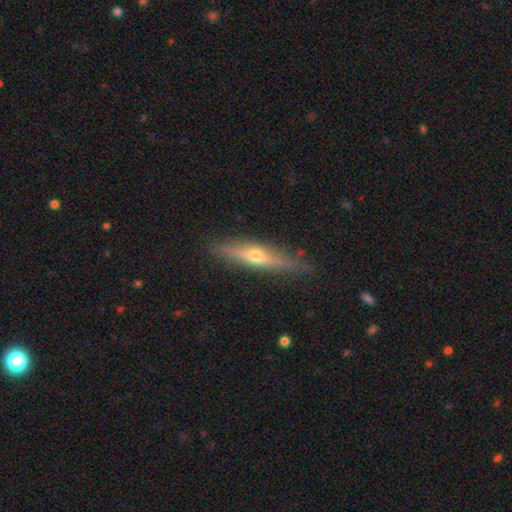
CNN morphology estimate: Q: Smooth or featured?
A: featured or disk (65%); runner-up: smooth (28%)
Q: Edge-on disk?
A: yes (95%); runner-up: no (5%)
Q: Edge-on bulge?
A: rounded (89%); runner-up: none (8%)
Q: Merging?
A: none (86%); runner-up: minor disturbance (11%)